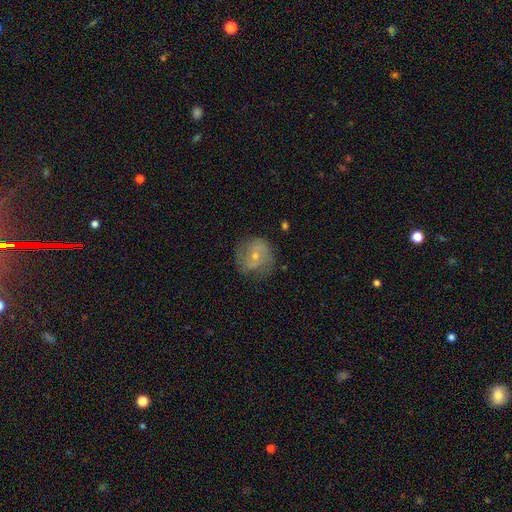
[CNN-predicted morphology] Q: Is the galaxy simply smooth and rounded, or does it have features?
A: featured or disk — 61%.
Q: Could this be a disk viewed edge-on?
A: no — 97%.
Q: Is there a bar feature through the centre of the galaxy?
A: no — 54%.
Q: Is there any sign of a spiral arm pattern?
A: yes — 80%.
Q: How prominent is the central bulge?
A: small — 60%.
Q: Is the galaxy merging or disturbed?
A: none — 67%.